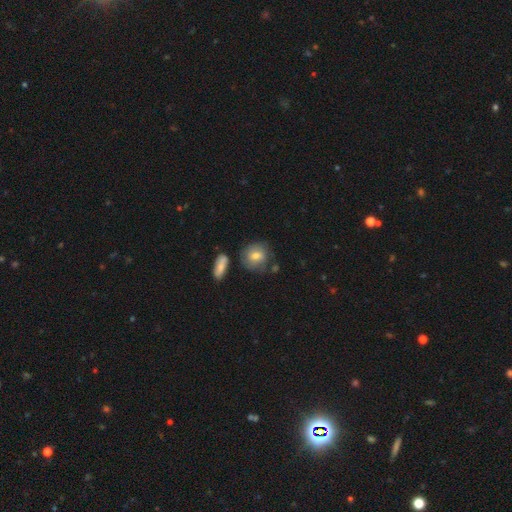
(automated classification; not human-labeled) Q: Smooth or featured?
A: smooth (71%); runner-up: featured or disk (21%)
Q: How rounded?
A: round (73%); runner-up: in between (25%)
Q: Merging?
A: none (67%); runner-up: minor disturbance (20%)